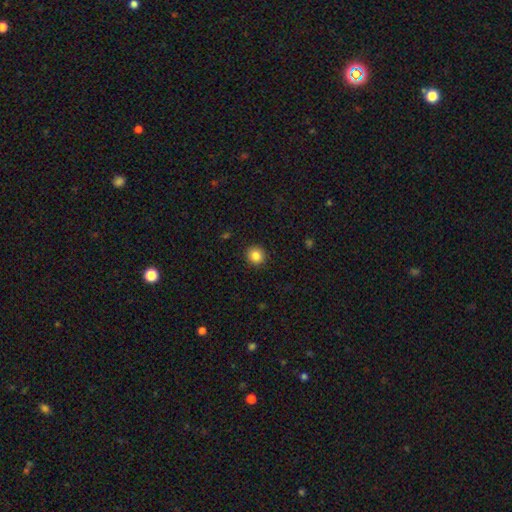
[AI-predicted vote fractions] The model was most divided on "smooth or featured": smooth: 85%, star or artifact: 10%, featured or disk: 4%. More confident: how rounded — round (92%); merging — none (92%).